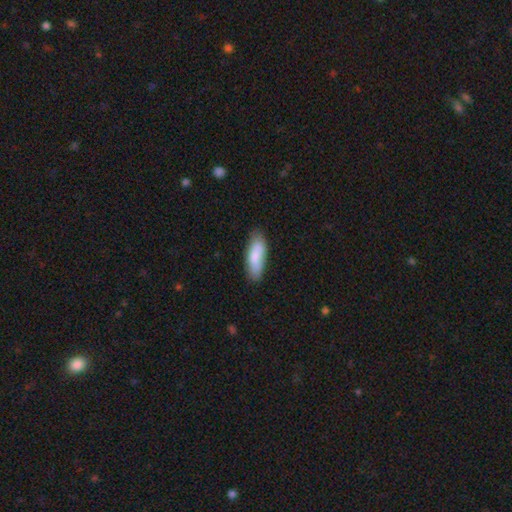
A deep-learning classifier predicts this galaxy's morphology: smooth_or_featured: smooth (p=0.83) [alt: featured or disk p=0.11]
how_rounded: in between (p=0.60) [alt: cigar-shaped p=0.39]
merging: none (p=0.76) [alt: minor disturbance p=0.19]